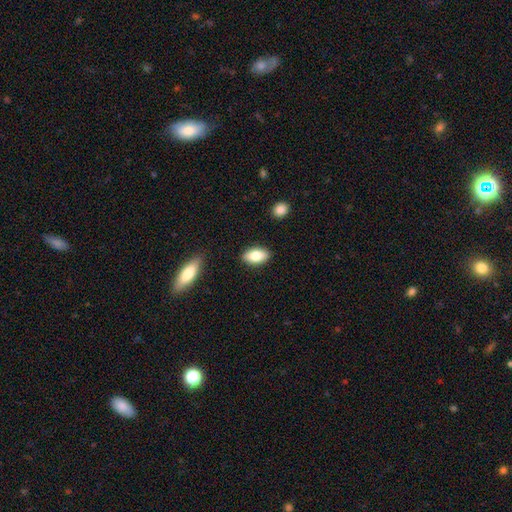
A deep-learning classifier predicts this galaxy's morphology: Smooth or featured? smooth (79%)
How rounded? in between (90%)
Merging? none (87%)